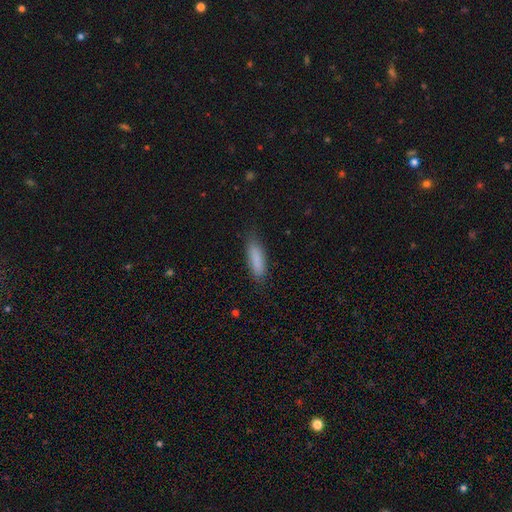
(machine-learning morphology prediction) Smooth or featured? smooth (85%)
How rounded? cigar-shaped (61%)
Merging? none (83%)